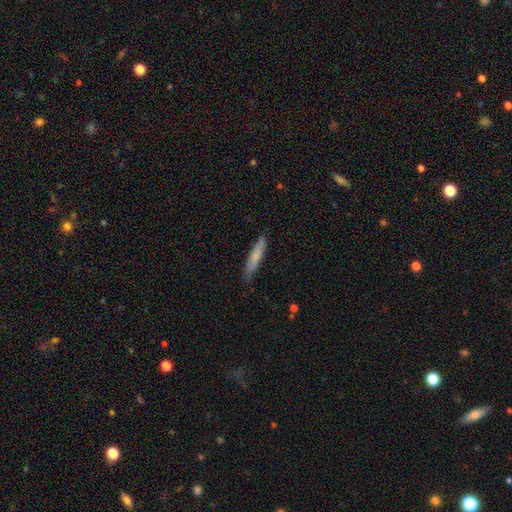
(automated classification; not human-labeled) Smooth or featured? smooth (71%)
How rounded? cigar-shaped (90%)
Merging? none (80%)